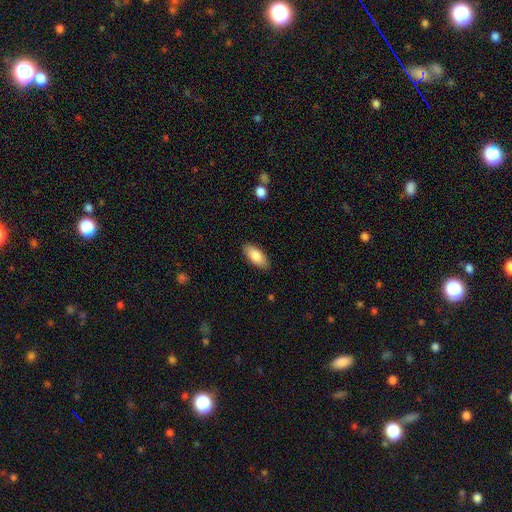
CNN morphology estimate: Smooth or featured?
  - smooth: 83% *
  - featured or disk: 11%
  - star or artifact: 6%
How rounded?
  - in between: 86% *
  - cigar-shaped: 12%
  - round: 2%
Merging?
  - none: 87% *
  - minor disturbance: 9%
  - major disturbance: 2%
  - merger: 1%